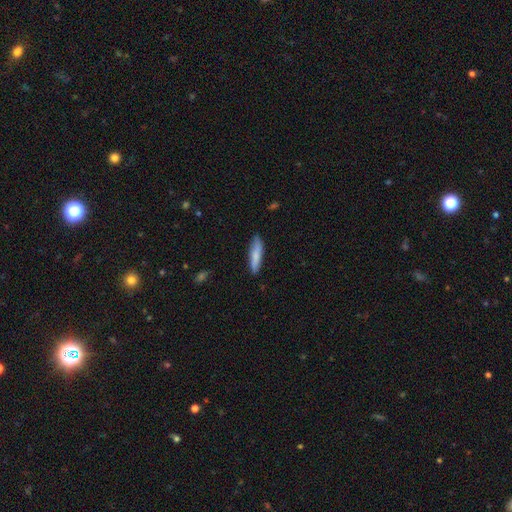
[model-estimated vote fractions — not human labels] Smooth or featured? smooth (78%)
How rounded? cigar-shaped (83%)
Merging? none (83%)